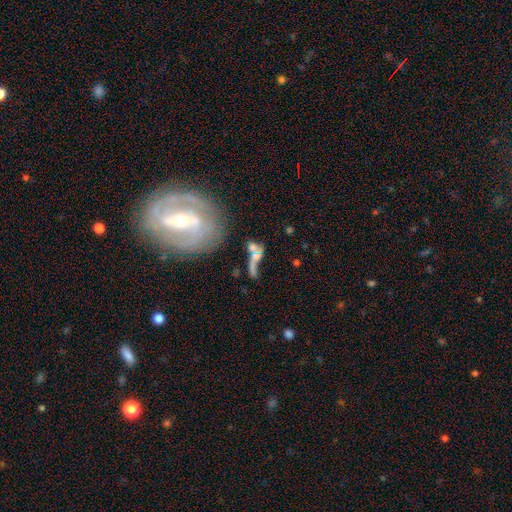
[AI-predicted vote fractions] Overall: smooth (46%; featured or disk 39%). Merging: merger (47%; none 22%).